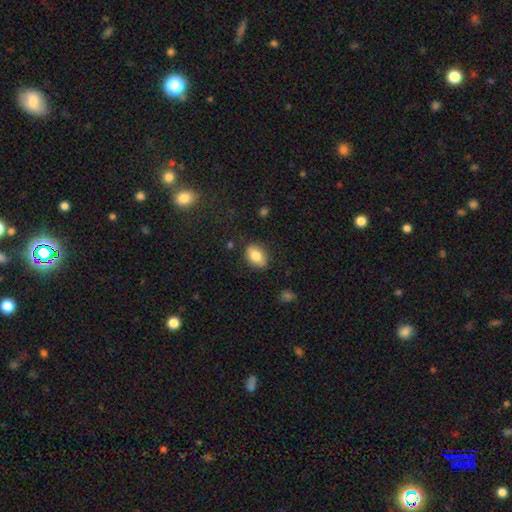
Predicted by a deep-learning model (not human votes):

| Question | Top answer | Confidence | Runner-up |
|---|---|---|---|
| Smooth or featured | smooth | 82% | featured or disk (11%) |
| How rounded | in between | 85% | round (13%) |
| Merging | none | 84% | minor disturbance (12%) |